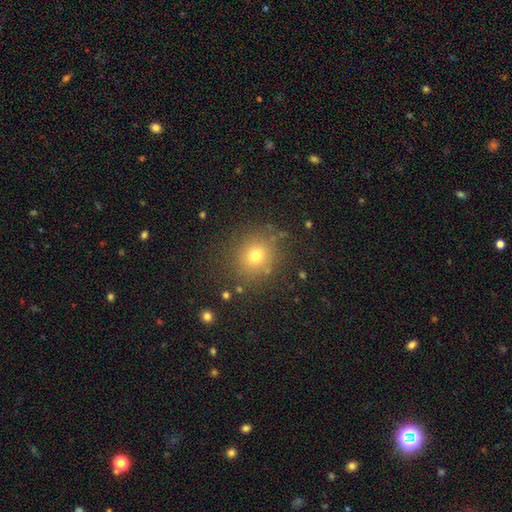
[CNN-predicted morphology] The model was most divided on "smooth or featured": smooth: 71%, star or artifact: 19%, featured or disk: 10%. More confident: how rounded — round (85%); merging — none (84%).